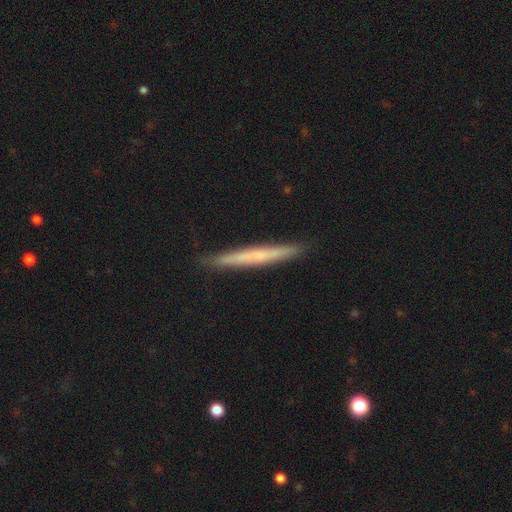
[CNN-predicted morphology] Smooth or featured? smooth (49%)
Merging? none (90%)